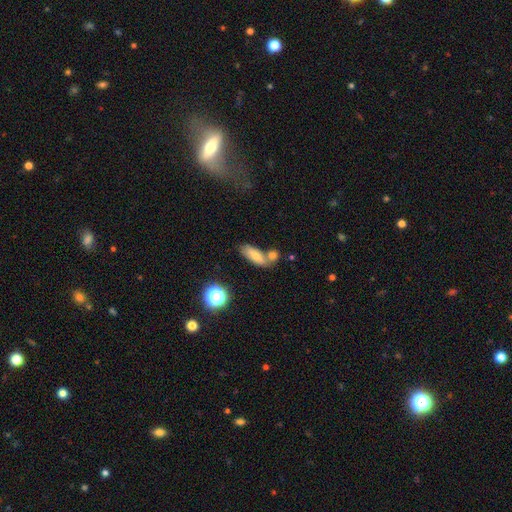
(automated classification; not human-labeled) smooth 70%, featured or disk 19%, star or artifact 11%. Down the decision tree: how rounded — in between (69%); merging — none (49%).